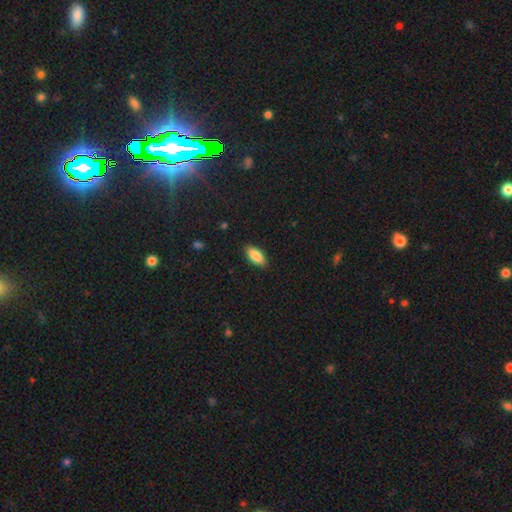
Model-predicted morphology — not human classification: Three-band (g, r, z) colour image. It shows a smooth galaxy with no disk features (87%) that is in between round and cigar-shaped (89%). Merging: none (87%).